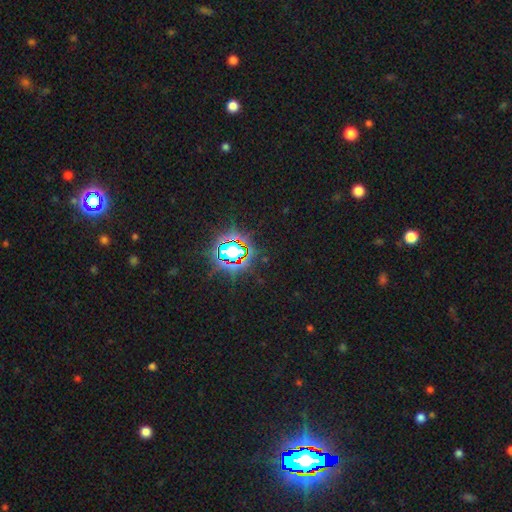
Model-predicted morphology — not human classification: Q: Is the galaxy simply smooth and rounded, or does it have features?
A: star or artifact — 81%.